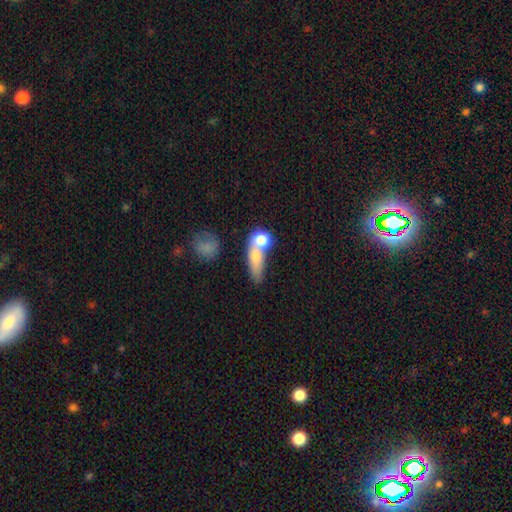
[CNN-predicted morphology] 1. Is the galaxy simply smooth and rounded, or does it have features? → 70% smooth, 21% featured or disk, 9% star or artifact.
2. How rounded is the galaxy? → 47% in between, 31% round, 21% cigar-shaped.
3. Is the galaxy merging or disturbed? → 62% merger, 20% none, 9% major disturbance, 8% minor disturbance.